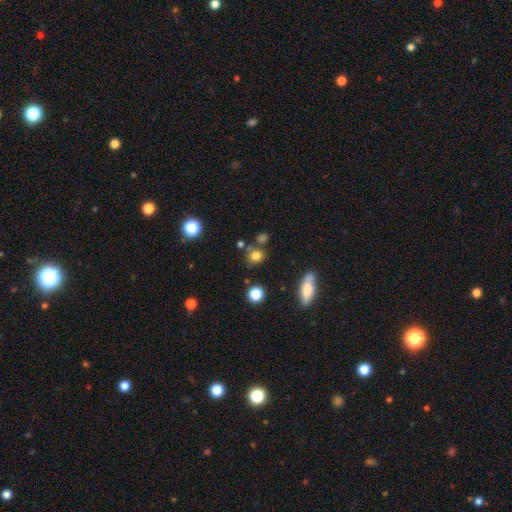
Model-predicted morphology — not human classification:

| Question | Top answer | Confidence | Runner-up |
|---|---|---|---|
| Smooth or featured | smooth | 78% | star or artifact (15%) |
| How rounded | round | 74% | in between (24%) |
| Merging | none | 68% | merger (14%) |